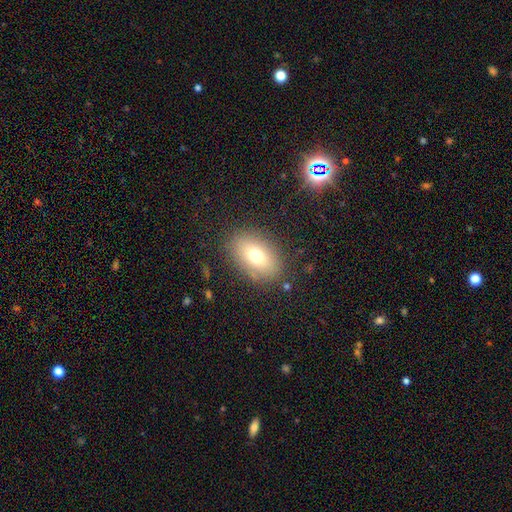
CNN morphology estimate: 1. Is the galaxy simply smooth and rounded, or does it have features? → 72% smooth, 17% featured or disk, 11% star or artifact.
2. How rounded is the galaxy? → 83% in between, 15% round, 2% cigar-shaped.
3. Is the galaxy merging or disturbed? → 84% none, 10% minor disturbance, 4% major disturbance, 2% merger.